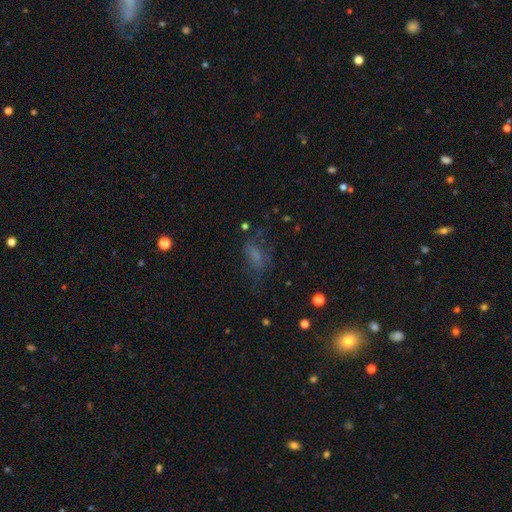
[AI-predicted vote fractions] A smooth galaxy with no disk features (56%) that is in between round and cigar-shaped (80%). Merging: none (52%).